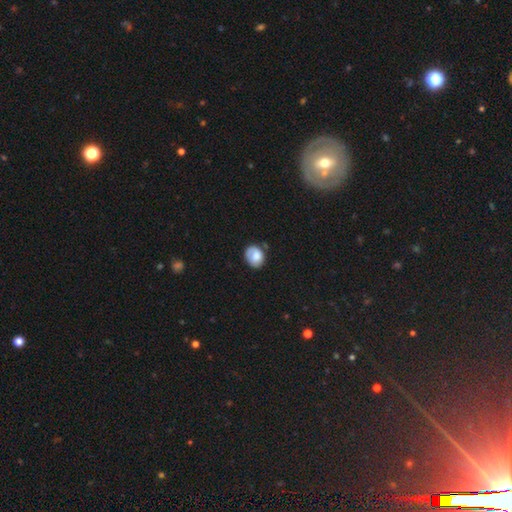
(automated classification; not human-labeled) Overall: smooth (71%). How rounded: round (50%; in between 49%). Merging: none (61%; minor disturbance 27%).